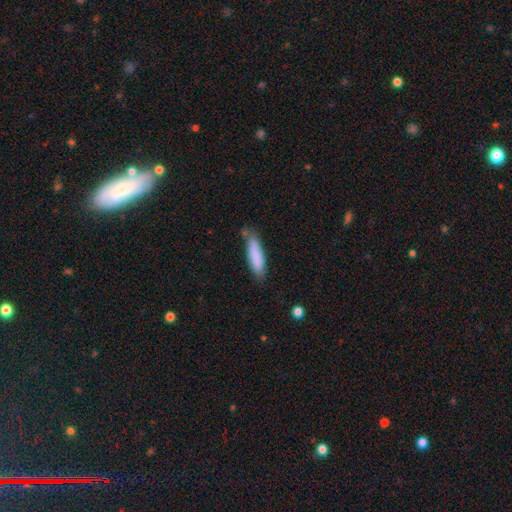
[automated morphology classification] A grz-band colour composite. It shows a smooth galaxy with no disk features (85%) that is cigar-shaped (69%). Merging: none (70%).